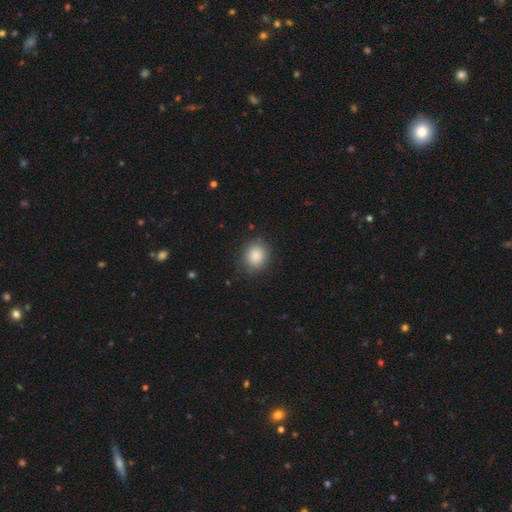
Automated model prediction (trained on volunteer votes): smooth 87%, star or artifact 8%, featured or disk 5%. Down the decision tree: how rounded — round (76%); merging — none (86%).